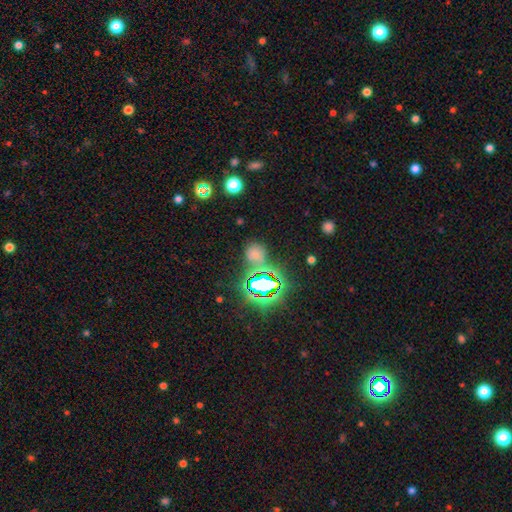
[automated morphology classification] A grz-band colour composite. It shows a smooth galaxy with no disk features (47%). Merging: none (64%).